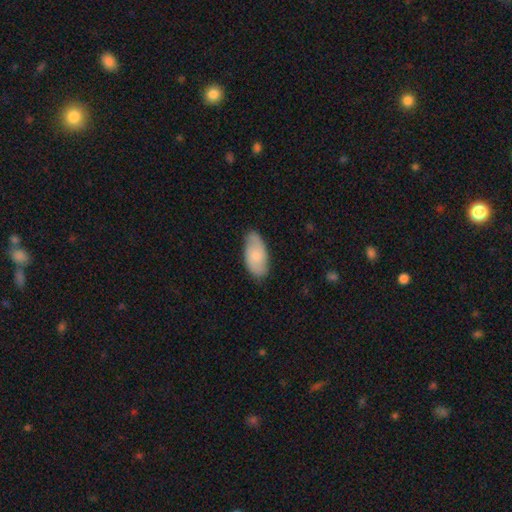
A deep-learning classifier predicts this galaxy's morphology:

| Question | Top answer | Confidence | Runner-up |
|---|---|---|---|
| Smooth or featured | smooth | 70% | featured or disk (24%) |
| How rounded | in between | 93% | cigar-shaped (4%) |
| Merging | none | 79% | minor disturbance (17%) |